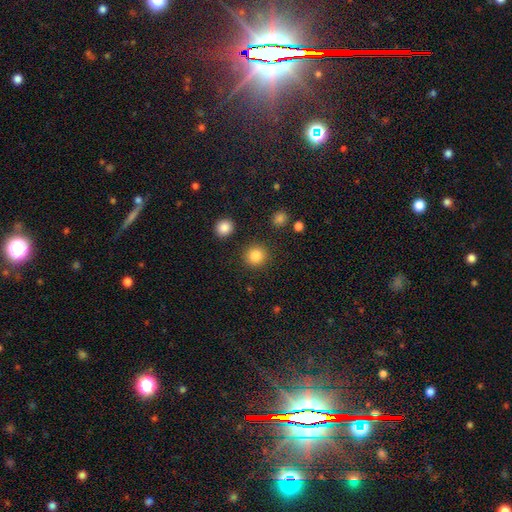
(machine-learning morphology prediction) Smooth or featured? Predicted: smooth (p=0.85). How rounded? Predicted: round (p=0.93). Merging? Predicted: none (p=0.91).